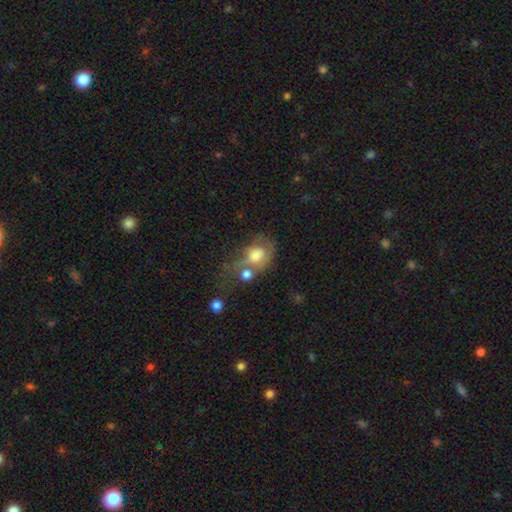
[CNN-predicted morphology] Smooth or featured?
  - smooth: 60% *
  - featured or disk: 30%
  - star or artifact: 10%
How rounded?
  - in between: 60% *
  - round: 39%
  - cigar-shaped: 1%
Merging?
  - merger: 38% *
  - none: 23%
  - major disturbance: 22%
  - minor disturbance: 17%